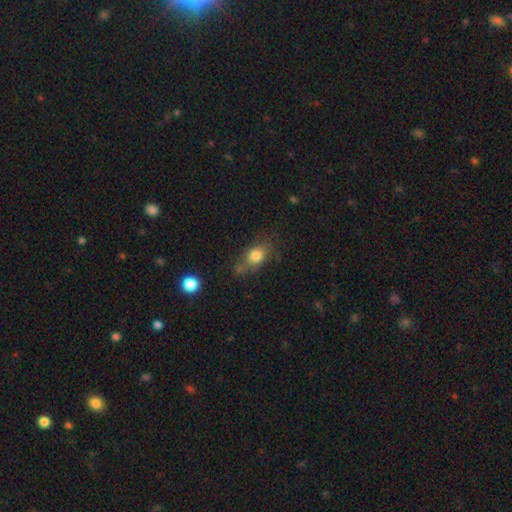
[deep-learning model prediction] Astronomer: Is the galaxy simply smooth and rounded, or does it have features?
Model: smooth — 78%.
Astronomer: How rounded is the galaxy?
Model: in between — 67%.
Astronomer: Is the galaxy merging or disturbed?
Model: none — 59%.